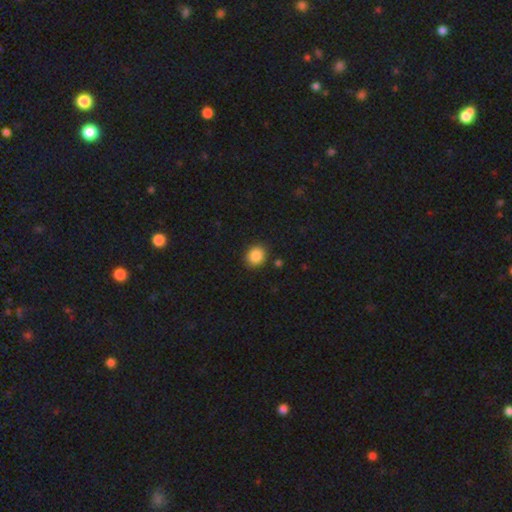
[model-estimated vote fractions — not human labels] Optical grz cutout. It shows a smooth galaxy with no disk features (87%) that is round (69%). Merging: none (88%).